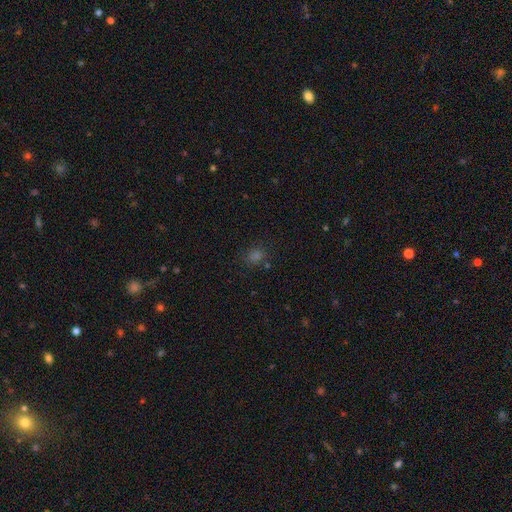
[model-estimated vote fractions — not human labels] This appears to be a smooth galaxy with no disk features (64%) that is round (64%). Merging: none (83%).